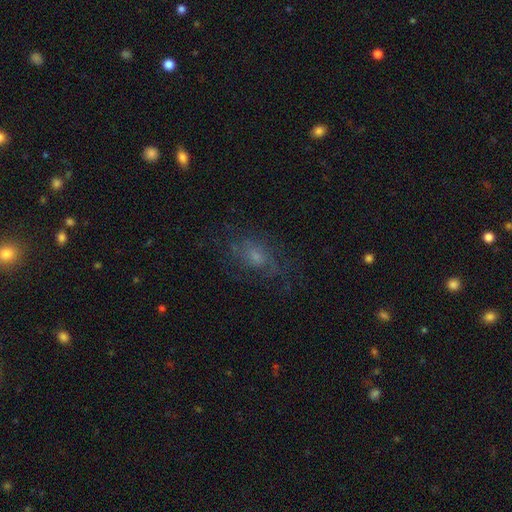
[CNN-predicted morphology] Smooth or featured? Predicted: featured or disk (p=0.50). Edge-on disk? Predicted: no (p=0.94). Merging? Predicted: none (p=0.63).